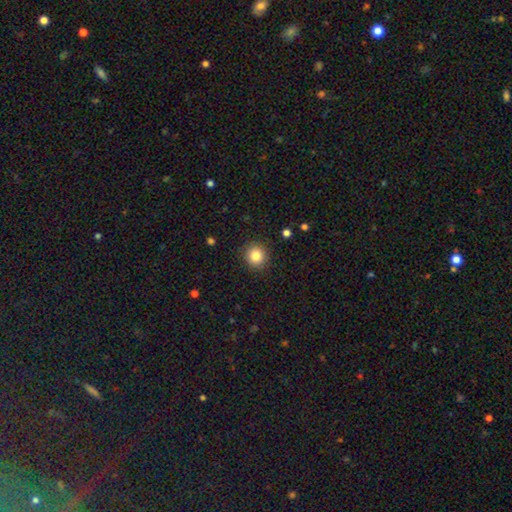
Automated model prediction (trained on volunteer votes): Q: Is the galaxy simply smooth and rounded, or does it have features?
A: smooth — 84%.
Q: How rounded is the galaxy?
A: round — 90%.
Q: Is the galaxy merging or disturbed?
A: none — 91%.